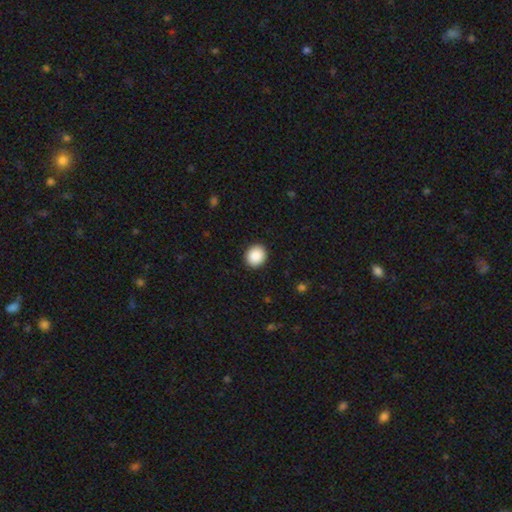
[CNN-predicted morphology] Q: Smooth or featured?
A: smooth (89%); runner-up: star or artifact (8%)
Q: How rounded?
A: round (76%); runner-up: in between (23%)
Q: Merging?
A: none (91%); runner-up: minor disturbance (6%)